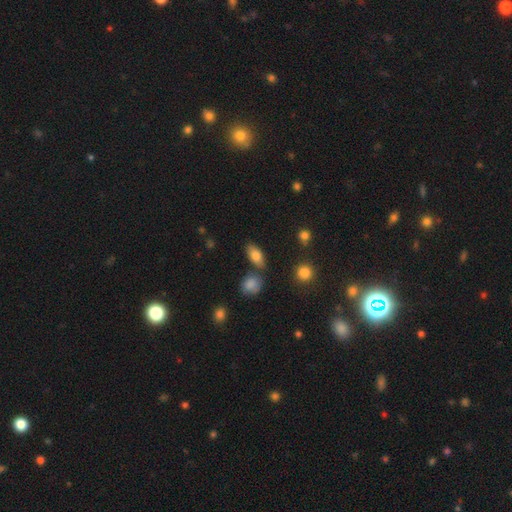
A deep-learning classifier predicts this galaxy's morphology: Smooth or featured? Predicted: smooth (p=0.78). How rounded? Predicted: in between (p=0.87). Merging? Predicted: none (p=0.75).